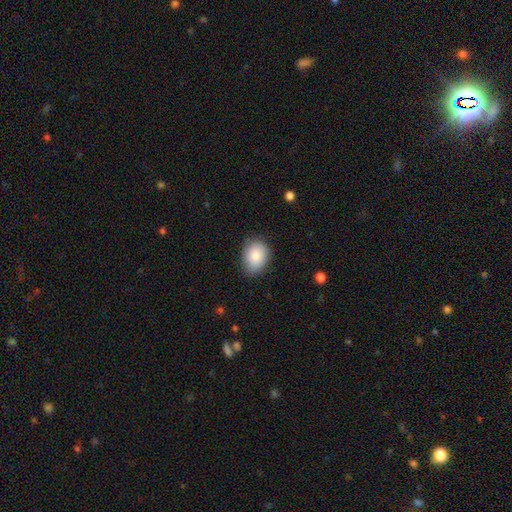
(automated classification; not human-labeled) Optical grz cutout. It shows a smooth galaxy with no disk features (86%) that is in between round and cigar-shaped (67%). Merging: none (78%).